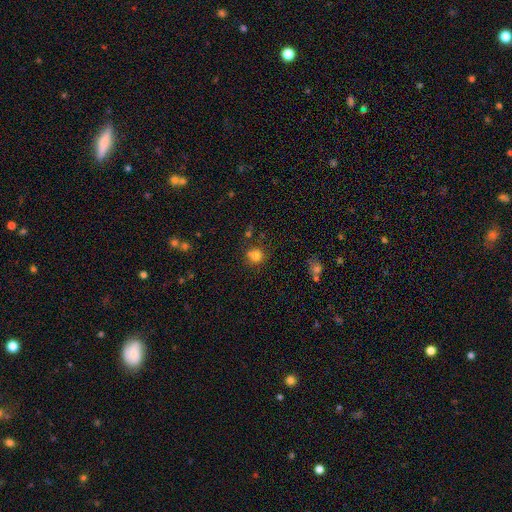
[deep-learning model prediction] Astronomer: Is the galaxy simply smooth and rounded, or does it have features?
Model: smooth — 80%.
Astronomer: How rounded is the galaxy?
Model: round — 84%.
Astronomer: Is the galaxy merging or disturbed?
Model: none — 66%.